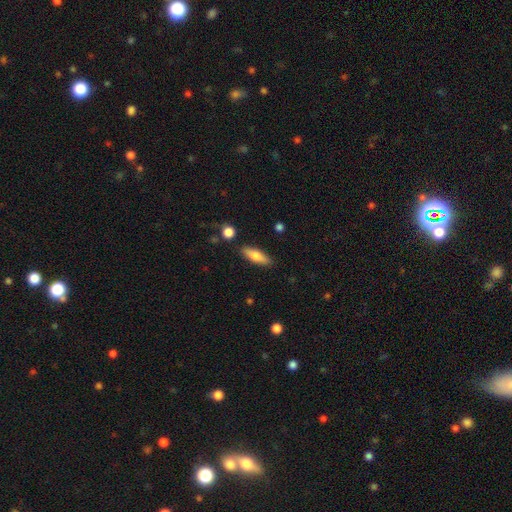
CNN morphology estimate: A smooth galaxy with no disk features (68%) that is cigar-shaped (49%, tied with in between). Merging: none (86%).